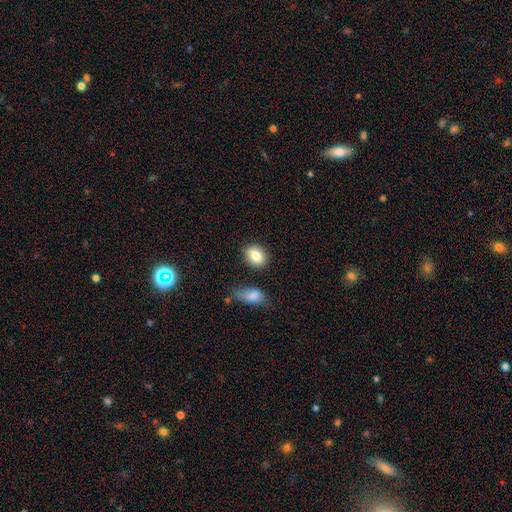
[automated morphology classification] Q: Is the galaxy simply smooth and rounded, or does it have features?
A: smooth — 83%.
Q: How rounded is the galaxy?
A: in between — 52%.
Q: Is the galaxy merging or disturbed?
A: none — 81%.